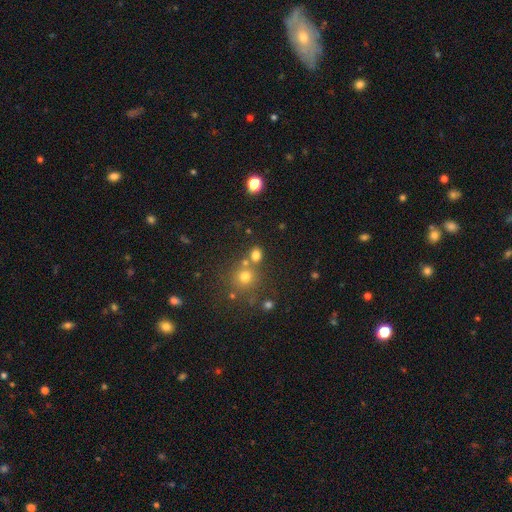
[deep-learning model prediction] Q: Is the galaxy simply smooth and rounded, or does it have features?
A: smooth — 73%.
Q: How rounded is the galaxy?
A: round — 68%.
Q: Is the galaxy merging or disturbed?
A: none — 64%.